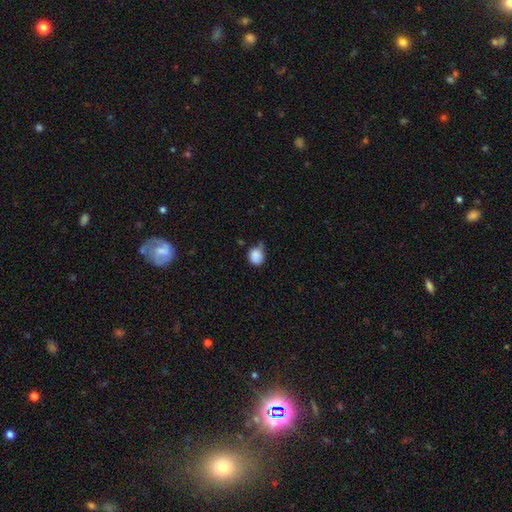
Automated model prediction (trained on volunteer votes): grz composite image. It shows a smooth galaxy with no disk features (86%) that is round (73%). Merging: none (42%).